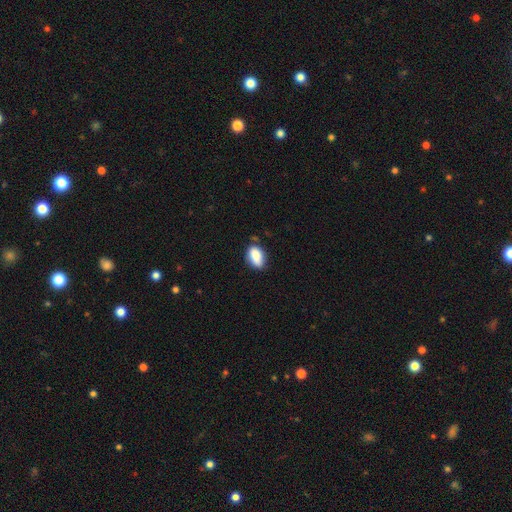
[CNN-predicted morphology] Overall: smooth (86%). How rounded: in between (88%). Merging: none (62%; minor disturbance 29%).